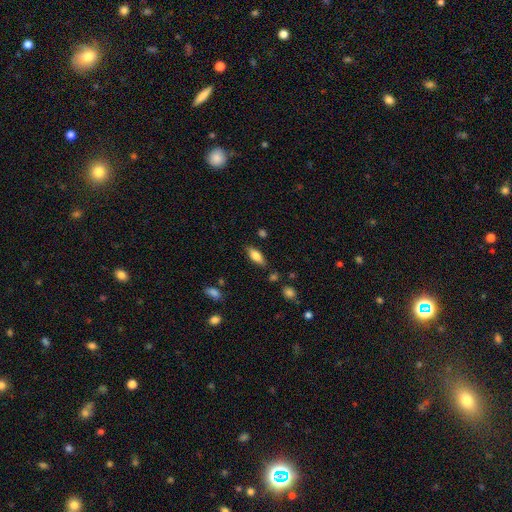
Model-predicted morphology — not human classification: This appears to be a smooth galaxy with no disk features (77%) that is in between round and cigar-shaped (75%). Merging: none (80%).